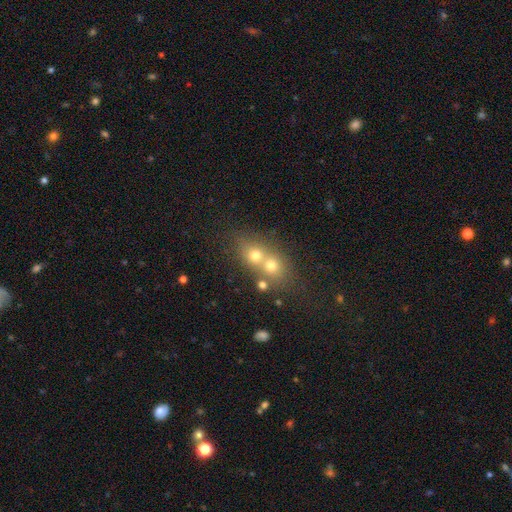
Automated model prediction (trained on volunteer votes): Q: Smooth or featured?
A: smooth (54%); runner-up: featured or disk (24%)
Q: How rounded?
A: round (64%); runner-up: in between (33%)
Q: Merging?
A: merger (60%); runner-up: none (30%)